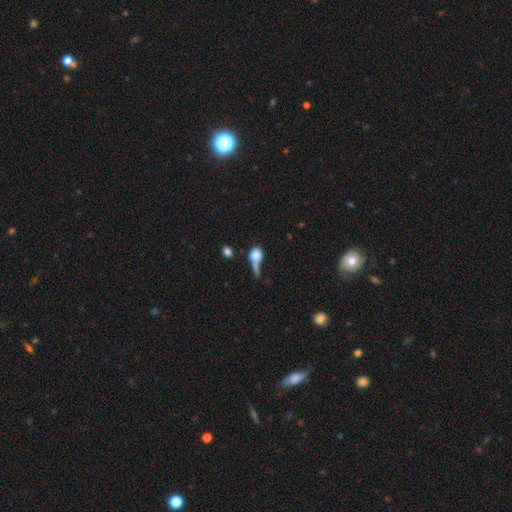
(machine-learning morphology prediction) This appears to be a smooth galaxy with no disk features (71%) that is in between round and cigar-shaped (47%, tied with round). Merging: major disturbance (30%).